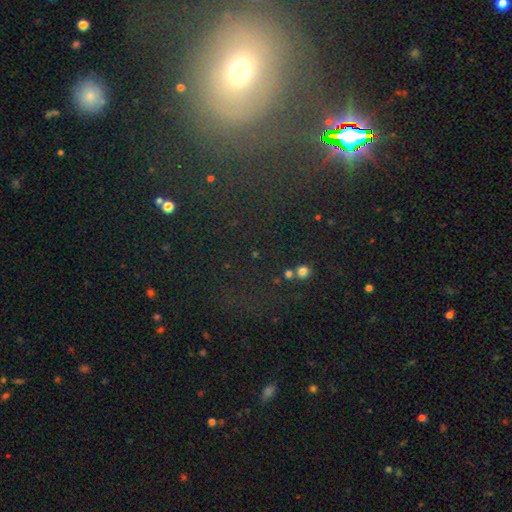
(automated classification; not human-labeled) smooth-or-featured: star or artifact: 58% | smooth: 24% | featured or disk: 18%